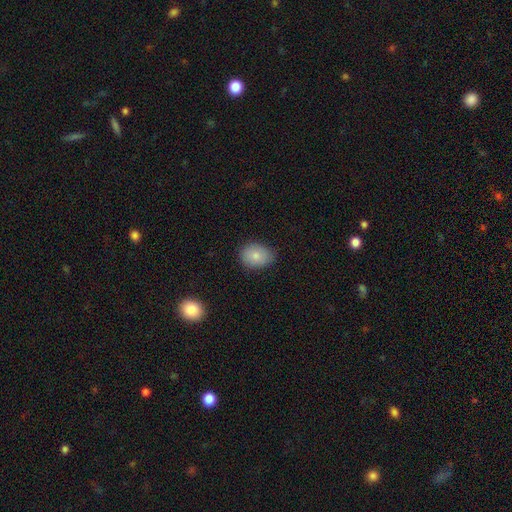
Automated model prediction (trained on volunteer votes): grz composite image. It shows a smooth galaxy with no disk features (82%) that is in between round and cigar-shaped (62%). Merging: none (79%).